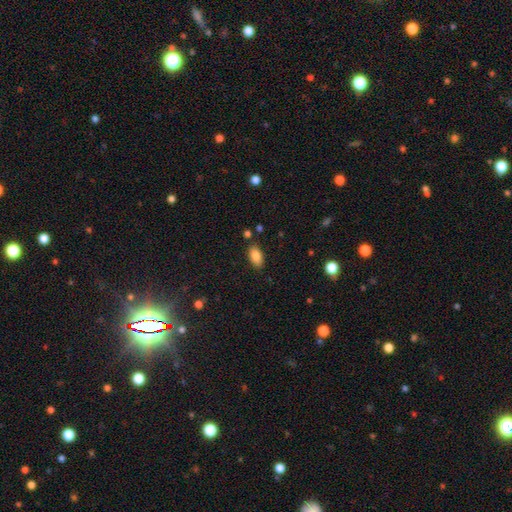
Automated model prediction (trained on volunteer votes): smooth_or_featured: smooth (p=0.85) [alt: star or artifact p=0.08]
how_rounded: in between (p=0.92) [alt: cigar-shaped p=0.04]
merging: none (p=0.84) [alt: minor disturbance p=0.11]